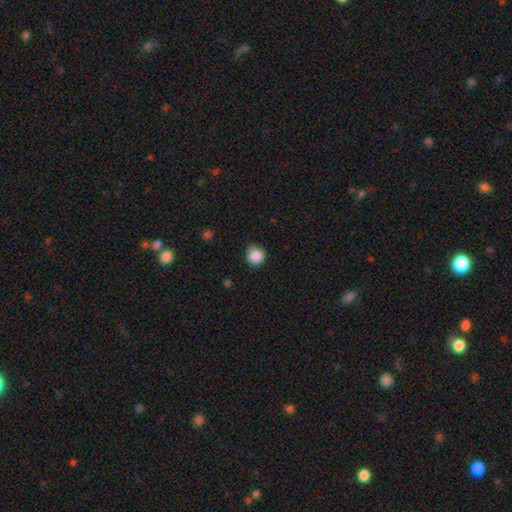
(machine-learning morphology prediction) Smooth or featured?
  - smooth: 87% *
  - star or artifact: 10%
  - featured or disk: 3%
How rounded?
  - round: 89% *
  - in between: 10%
  - cigar-shaped: 1%
Merging?
  - none: 78% *
  - minor disturbance: 18%
  - major disturbance: 3%
  - merger: 1%